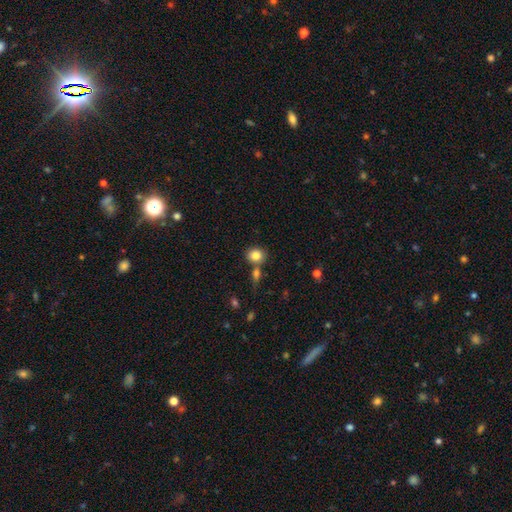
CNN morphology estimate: smooth 83%, star or artifact 9%, featured or disk 8%. Down the decision tree: how rounded — round (67%); merging — none (65%).